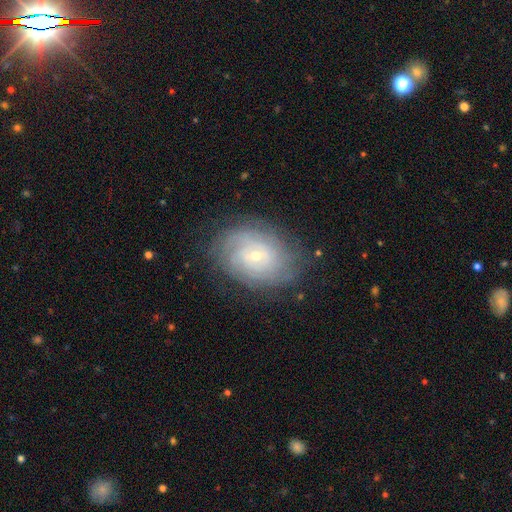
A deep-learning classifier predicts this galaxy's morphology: This appears to be a featured or disk galaxy (78%) with no bar (62%), tight (78%) spiral arms (93%) and a small central bulge (68%). Merging: none (79%).